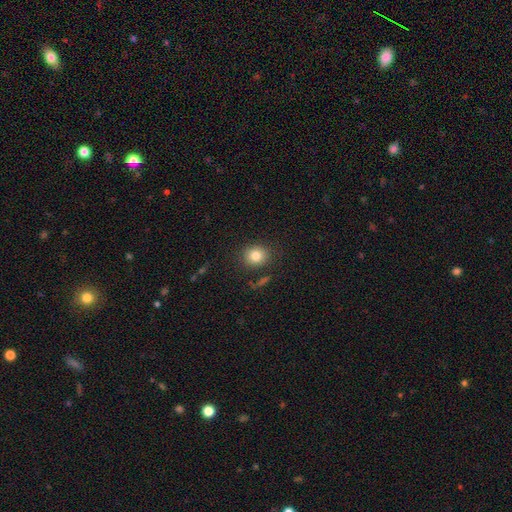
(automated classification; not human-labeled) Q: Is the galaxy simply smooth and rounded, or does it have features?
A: smooth — 82%.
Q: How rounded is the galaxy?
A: round — 79%.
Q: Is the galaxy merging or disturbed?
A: none — 85%.